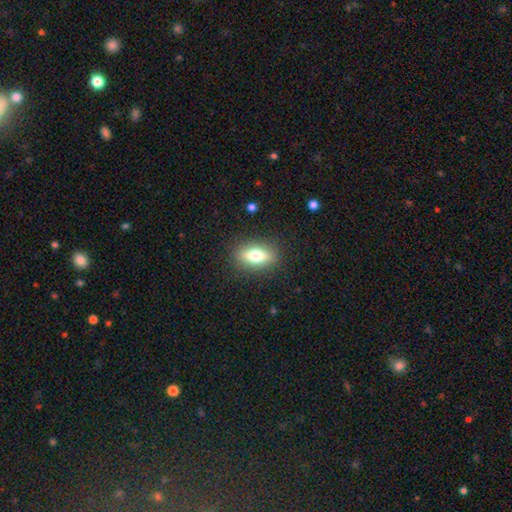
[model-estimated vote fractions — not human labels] The model was most divided on "smooth or featured": smooth: 67%, featured or disk: 25%, star or artifact: 9%. More confident: merging — none (87%); how rounded — in between (72%).